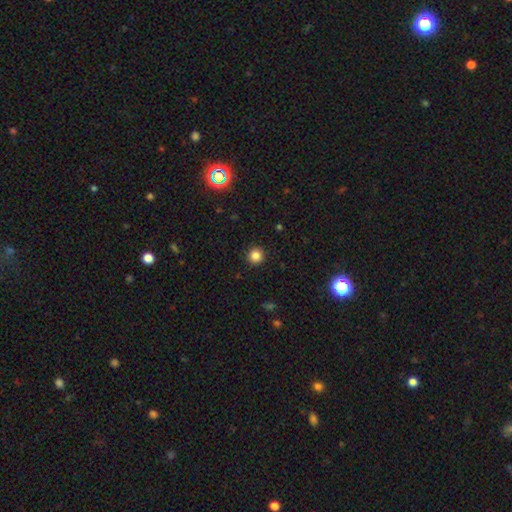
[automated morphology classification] smooth_or_featured: smooth (p=0.85) [alt: star or artifact p=0.12]
how_rounded: round (p=0.95) [alt: in between p=0.04]
merging: none (p=0.92) [alt: minor disturbance p=0.05]